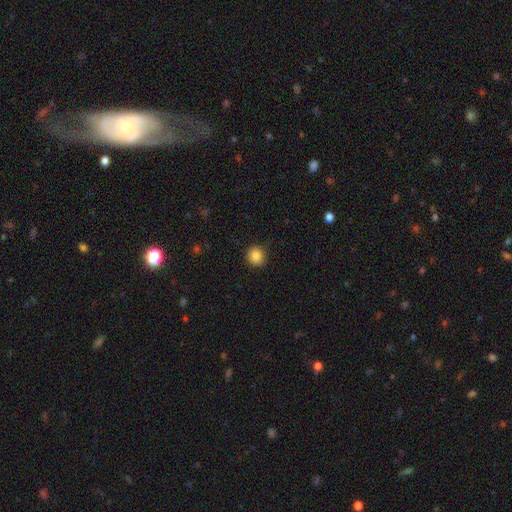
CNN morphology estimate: Overall: smooth (85%). How rounded: round (90%). Merging: none (88%).